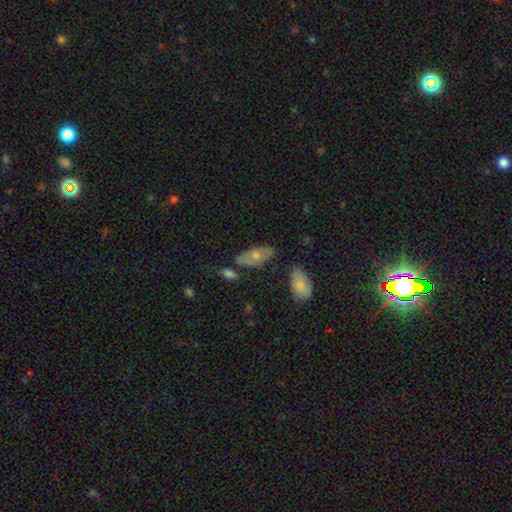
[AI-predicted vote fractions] Smooth or featured?
  - smooth: 57% *
  - featured or disk: 32%
  - star or artifact: 10%
How rounded?
  - in between: 88% *
  - cigar-shaped: 8%
  - round: 4%
Merging?
  - none: 60% *
  - minor disturbance: 23%
  - merger: 10%
  - major disturbance: 7%